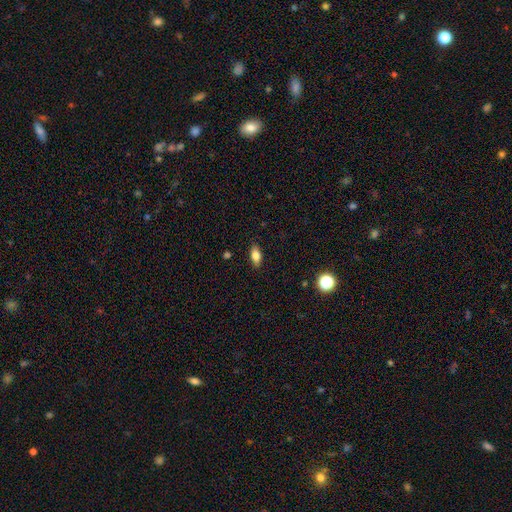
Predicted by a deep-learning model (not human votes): Smooth or featured? smooth (78%)
How rounded? in between (85%)
Merging? none (88%)